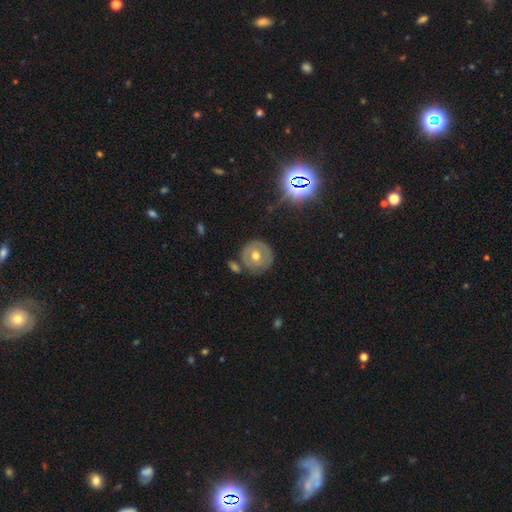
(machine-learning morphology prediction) Q: Smooth or featured?
A: featured or disk (45%); tied with: smooth (45%)
Q: Merging?
A: none (72%); runner-up: minor disturbance (15%)